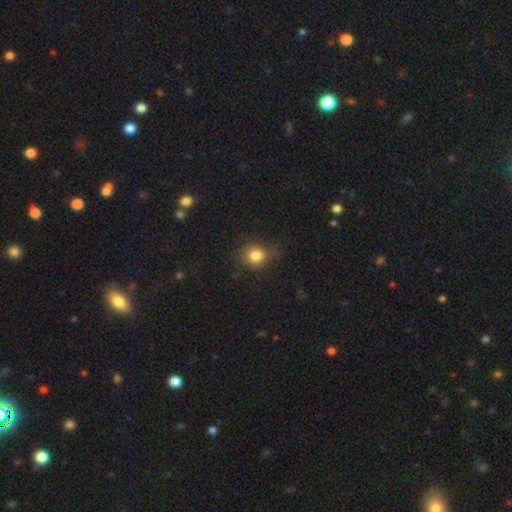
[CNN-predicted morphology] type=smooth (81%); roundness=round (67%); merging=none (72%).